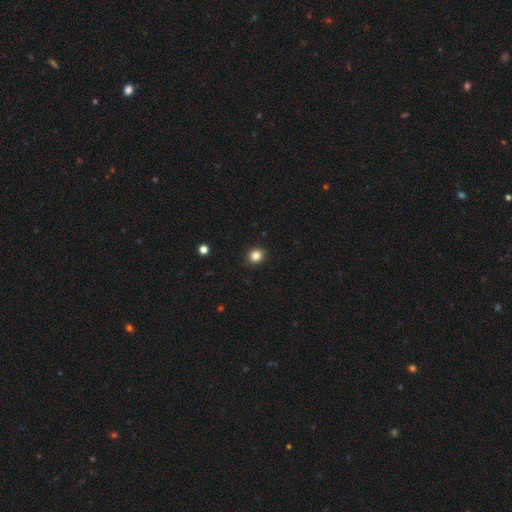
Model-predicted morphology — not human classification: Smooth or featured: smooth — 84% (star or artifact — 12%)
How rounded: round — 87% (in between — 13%)
Merging: none — 93% (minor disturbance — 5%)